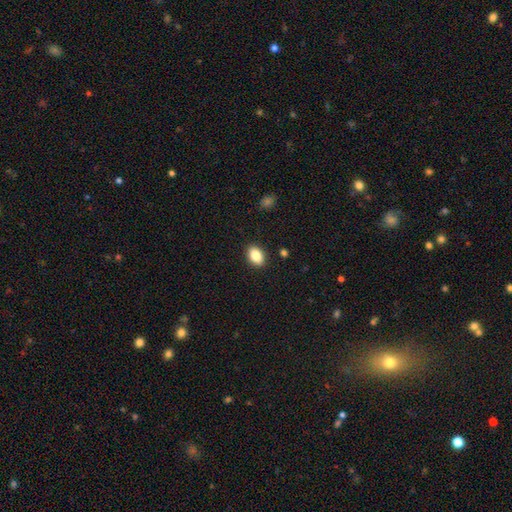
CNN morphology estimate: Overall: smooth (86%). How rounded: in between (83%). Merging: none (89%).